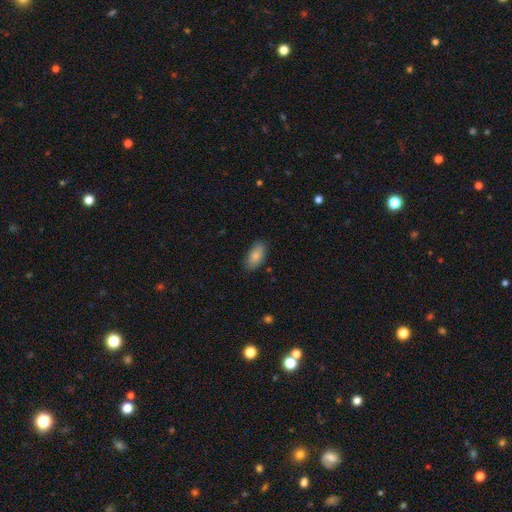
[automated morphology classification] Overall: smooth (84%). How rounded: in between (93%). Merging: none (84%).